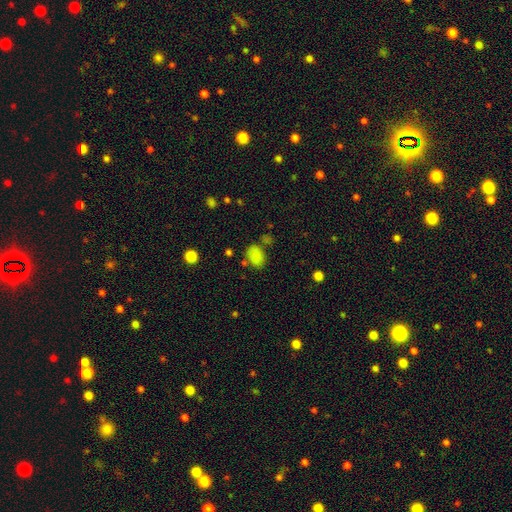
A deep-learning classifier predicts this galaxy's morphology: Smooth or featured?
  - smooth: 82% *
  - star or artifact: 13%
  - featured or disk: 6%
How rounded?
  - in between: 78% *
  - round: 21%
  - cigar-shaped: 1%
Merging?
  - none: 65% *
  - minor disturbance: 19%
  - merger: 9%
  - major disturbance: 7%